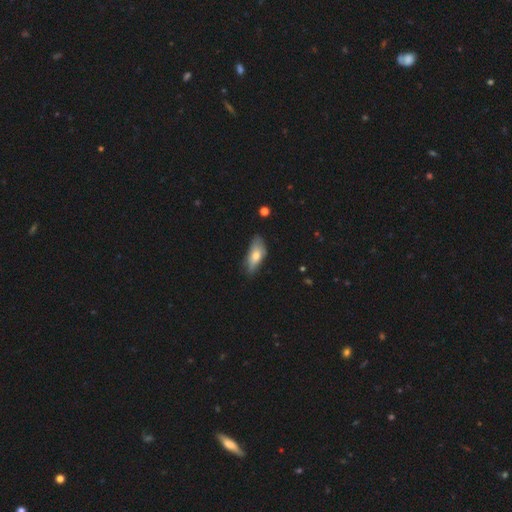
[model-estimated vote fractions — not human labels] smooth-or-featured: smooth: 66% | featured or disk: 27% | star or artifact: 7%
  how-rounded: in between: 78% | cigar-shaped: 20% | round: 3%
  merging: none: 57% | minor disturbance: 33% | major disturbance: 8% | merger: 2%